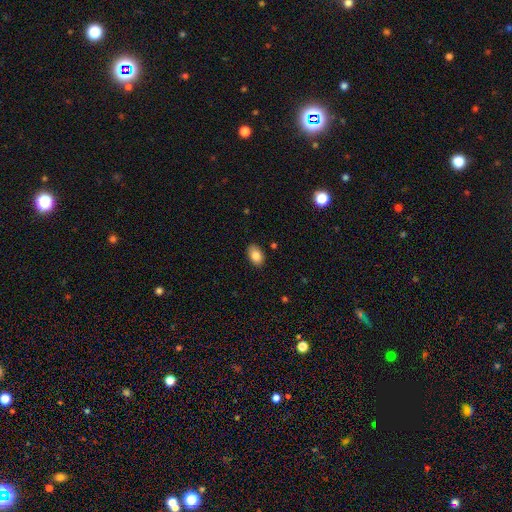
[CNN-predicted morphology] The model was most divided on "merging": none: 86%, minor disturbance: 11%, major disturbance: 2%, merger: 1%. More confident: how rounded — in between (87%); smooth or featured — smooth (85%).